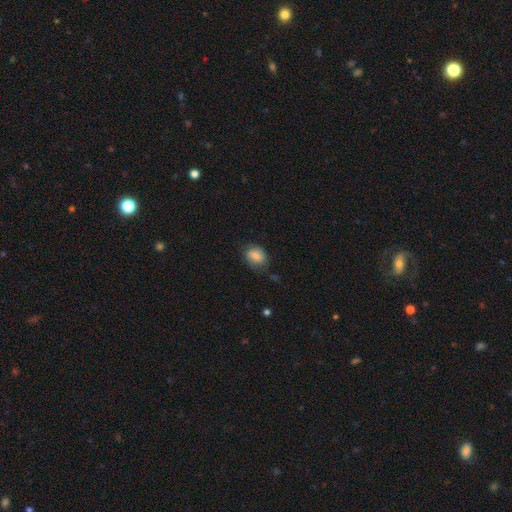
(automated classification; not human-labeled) The model was most divided on "how rounded": in between: 64%, round: 35%, cigar-shaped: 1%. More confident: smooth or featured — smooth (76%); merging — none (62%).